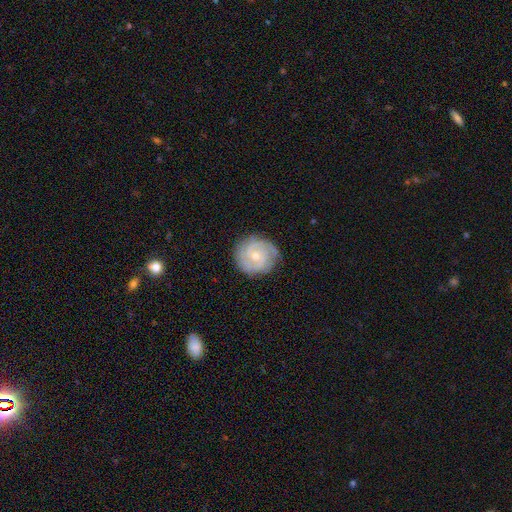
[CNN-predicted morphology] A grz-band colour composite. It shows a featured or disk galaxy (84%) with no bar (65%), 2 (52%) tight (70%) spiral arms (97%) and a small central bulge (64%). Merging: none (82%).